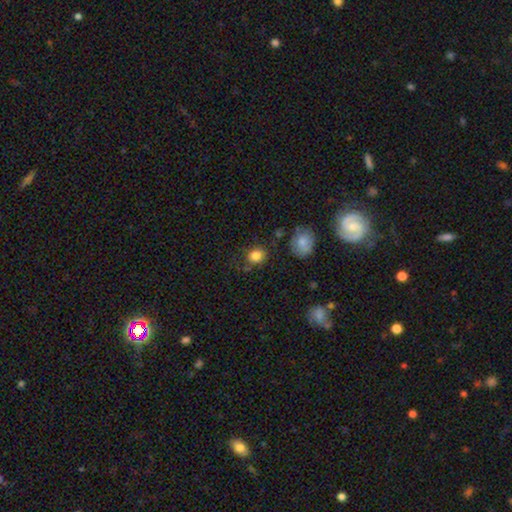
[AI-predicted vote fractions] This appears to be a smooth galaxy with no disk features (84%) that is round (74%). Merging: none (76%).